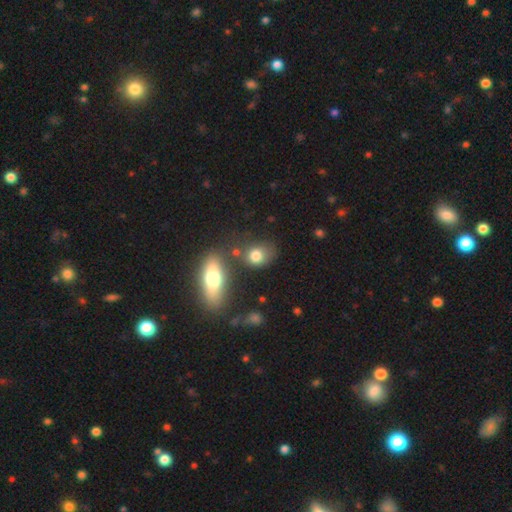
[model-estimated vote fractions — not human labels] Smooth or featured: smooth — 78% (featured or disk — 12%)
How rounded: in between — 51% (round — 46%)
Merging: none — 53% (minor disturbance — 19%)